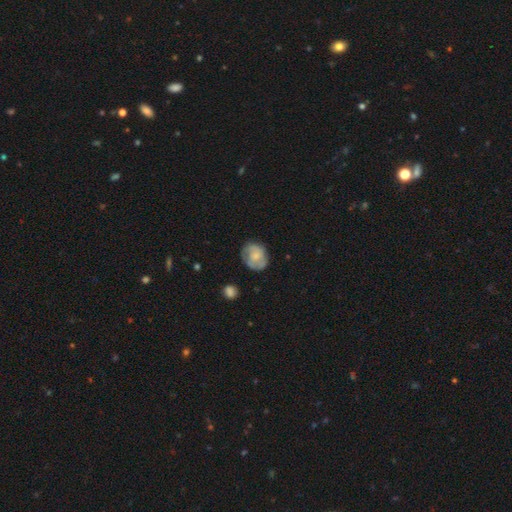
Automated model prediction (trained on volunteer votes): This is possibly a featured or disk galaxy (48%). Merging: likely none (72%).